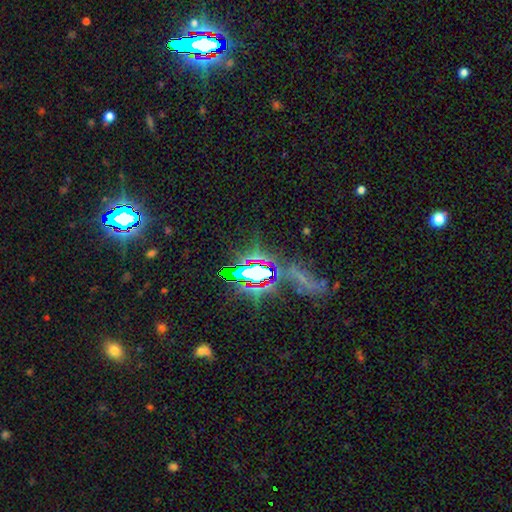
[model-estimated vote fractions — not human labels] smooth-or-featured: star or artifact: 76% | smooth: 14% | featured or disk: 10%